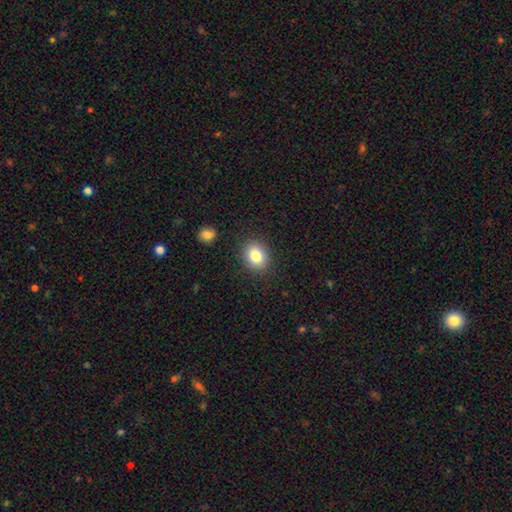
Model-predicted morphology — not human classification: The model was most divided on "how rounded": round: 55%, in between: 44%, cigar-shaped: 1%. More confident: merging — none (87%); smooth or featured — smooth (82%).